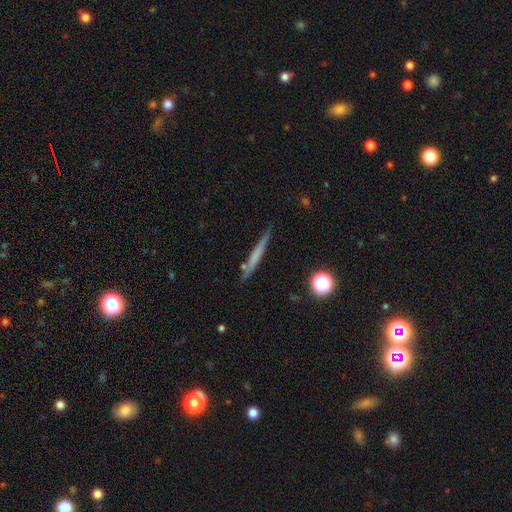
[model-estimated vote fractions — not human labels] Q: Smooth or featured?
A: smooth (52%); runner-up: featured or disk (40%)
Q: How rounded?
A: cigar-shaped (94%); runner-up: in between (3%)
Q: Merging?
A: none (84%); runner-up: minor disturbance (11%)